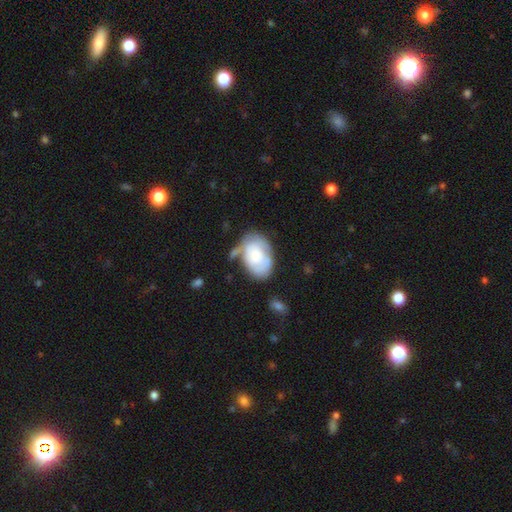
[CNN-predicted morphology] Smooth or featured?
  - smooth: 58% *
  - featured or disk: 35%
  - star or artifact: 7%
How rounded?
  - in between: 85% *
  - round: 14%
  - cigar-shaped: 1%
Merging?
  - none: 44% *
  - minor disturbance: 30%
  - major disturbance: 14%
  - merger: 12%